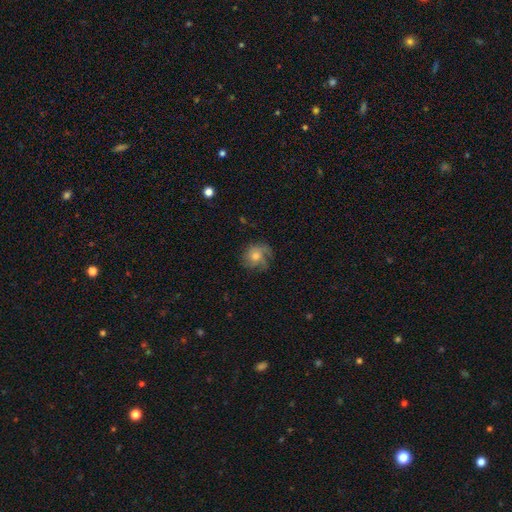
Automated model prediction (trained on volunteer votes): This appears to be a featured or disk galaxy (46%). Merging: none (64%).